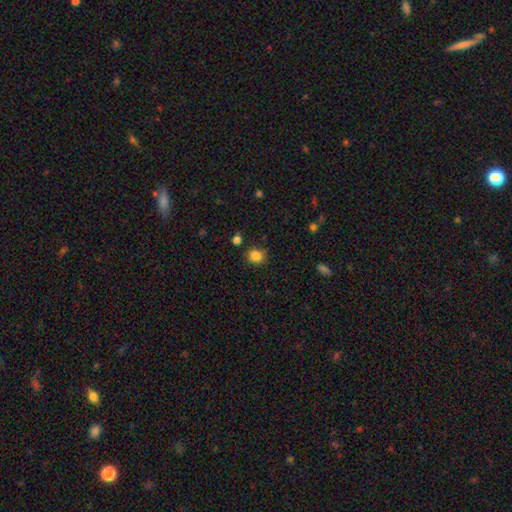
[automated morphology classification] Smooth or featured: smooth — 85% (star or artifact — 11%)
How rounded: round — 78% (in between — 21%)
Merging: none — 83% (minor disturbance — 11%)